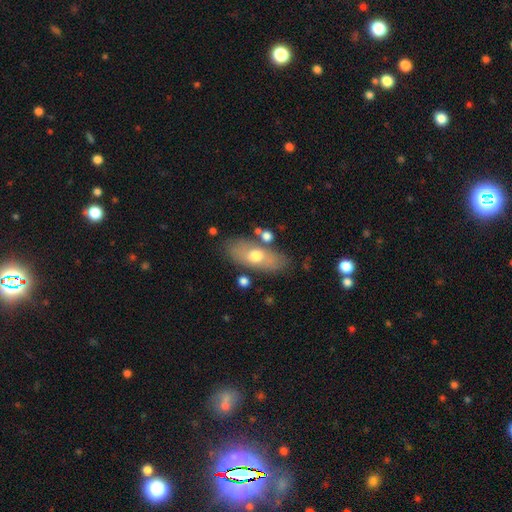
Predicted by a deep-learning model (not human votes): Overall: smooth (62%; featured or disk 32%). How rounded: in between (81%). Merging: none (76%).